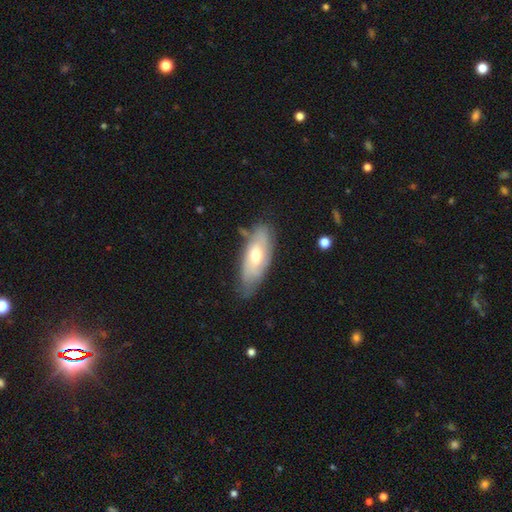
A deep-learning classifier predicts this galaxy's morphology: Smooth or featured? Predicted: featured or disk (p=0.50). Edge-on disk? Predicted: no (p=0.79). Merging? Predicted: none (p=0.67).